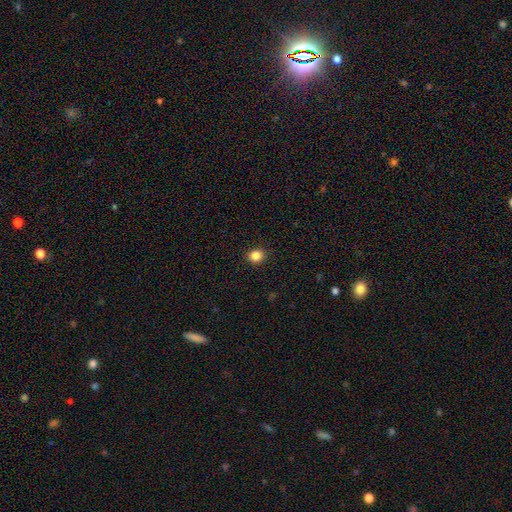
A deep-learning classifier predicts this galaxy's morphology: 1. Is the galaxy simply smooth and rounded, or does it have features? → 85% smooth, 11% star or artifact, 4% featured or disk.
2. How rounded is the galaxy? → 77% round, 22% in between, 1% cigar-shaped.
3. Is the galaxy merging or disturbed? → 92% none, 6% minor disturbance, 2% major disturbance, 1% merger.